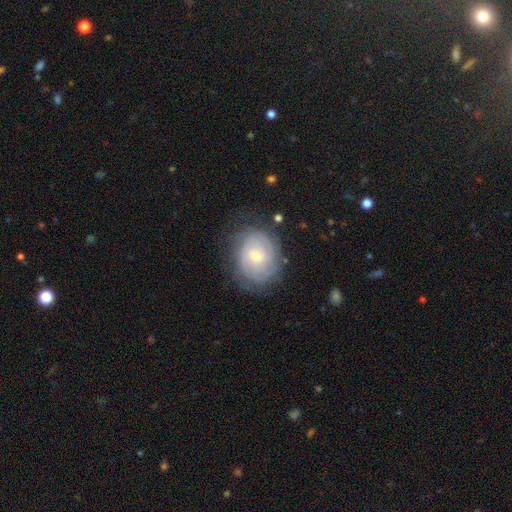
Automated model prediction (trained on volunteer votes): A featured or disk galaxy (62%) with no bar (61%), tight (72%) spiral arms (85%) and a moderate central bulge (48%). Merging: none (72%).